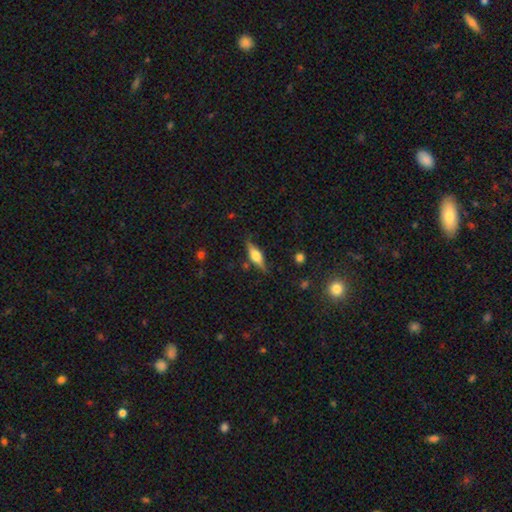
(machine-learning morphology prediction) The model was most divided on "smooth or featured": featured or disk: 52%, smooth: 41%, star or artifact: 7%. More confident: edge-on disk — yes (92%); merging — none (78%).